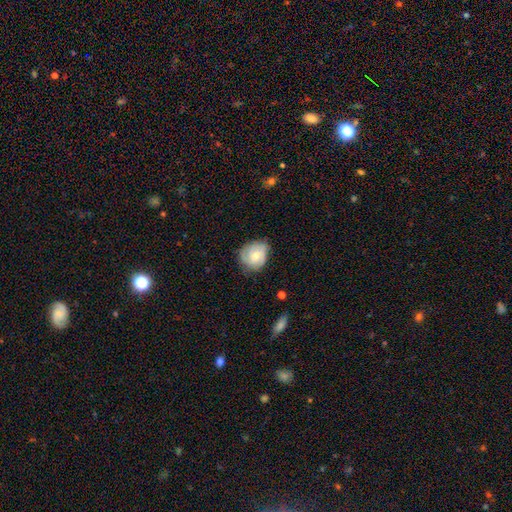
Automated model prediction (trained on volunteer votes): This appears to be a featured or disk galaxy (56%) with no bar (70%), spiral arms (87%) and a moderate central bulge (50%). Merging: none (65%).